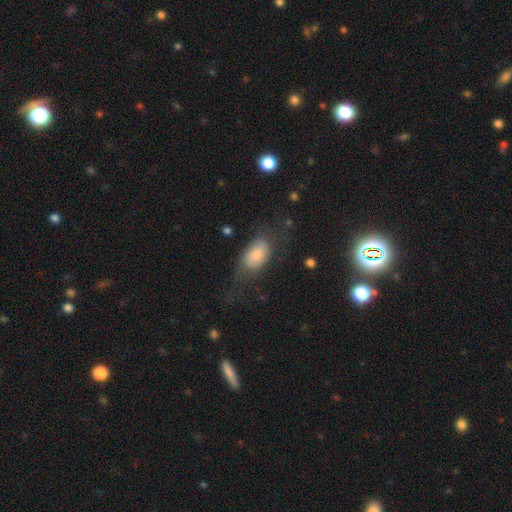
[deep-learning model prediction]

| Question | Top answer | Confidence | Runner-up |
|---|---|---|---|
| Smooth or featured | smooth | 65% | featured or disk (26%) |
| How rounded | in between | 89% | round (8%) |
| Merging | none | 48% | major disturbance (26%) |